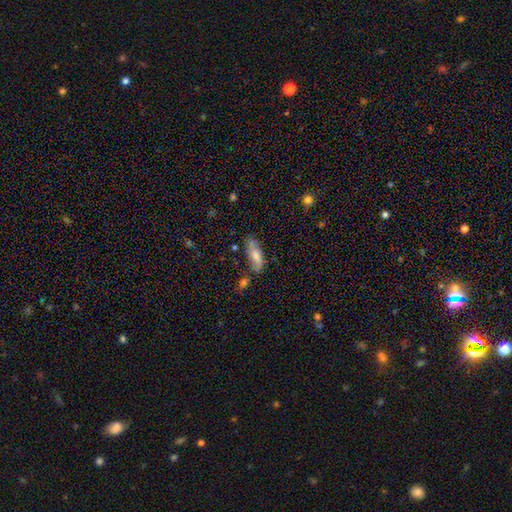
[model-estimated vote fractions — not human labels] Smooth or featured? Predicted: smooth (p=0.51). How rounded? Predicted: in between (p=0.66). Merging? Predicted: none (p=0.67).